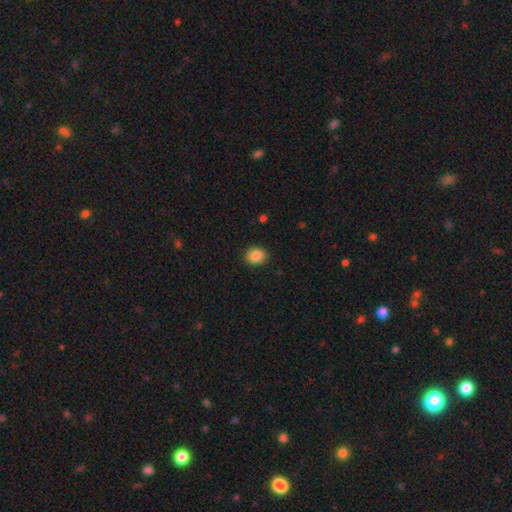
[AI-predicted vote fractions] smooth-or-featured: smooth: 87% | star or artifact: 8% | featured or disk: 5%
  how-rounded: round: 54% | in between: 45% | cigar-shaped: 1%
  merging: none: 89% | minor disturbance: 8% | major disturbance: 2% | merger: 1%